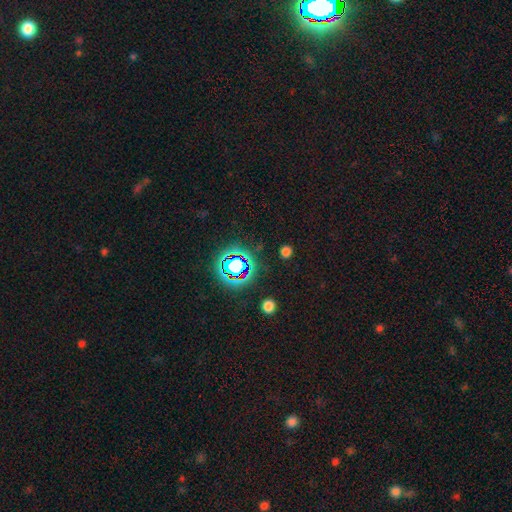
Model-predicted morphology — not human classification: A star or artifact, not a galaxy (79%).